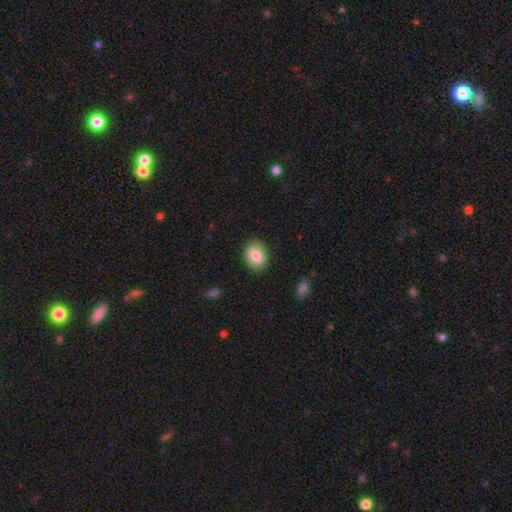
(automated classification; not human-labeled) Q: Smooth or featured?
A: smooth (81%); runner-up: featured or disk (11%)
Q: How rounded?
A: in between (64%); runner-up: round (35%)
Q: Merging?
A: none (86%); runner-up: minor disturbance (10%)